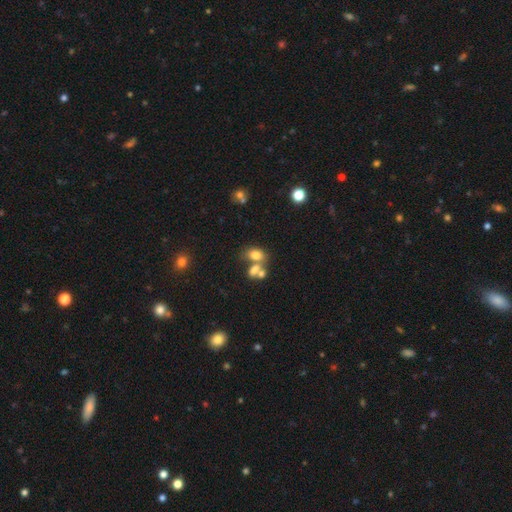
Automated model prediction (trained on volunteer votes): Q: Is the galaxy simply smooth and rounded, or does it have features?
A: smooth — 74%.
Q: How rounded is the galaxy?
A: in between — 79%.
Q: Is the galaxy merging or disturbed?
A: merger — 46%.